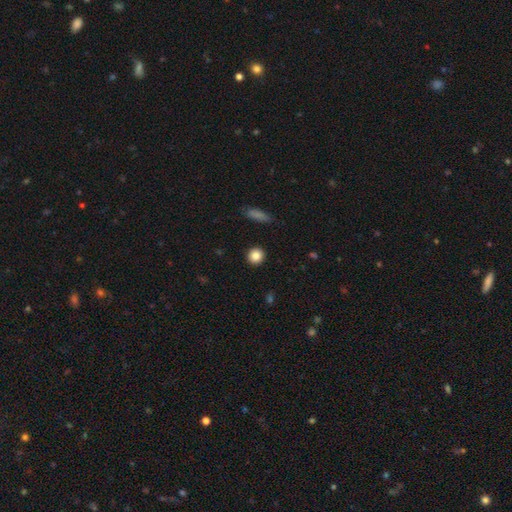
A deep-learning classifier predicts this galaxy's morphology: Overall: smooth (86%). How rounded: round (92%). Merging: none (92%).